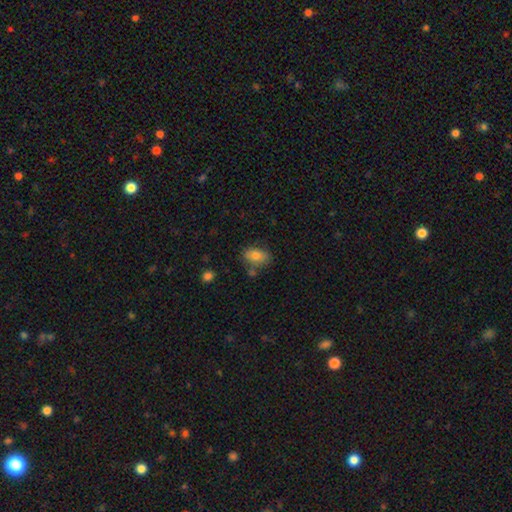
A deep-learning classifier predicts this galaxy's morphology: This appears to be a smooth galaxy with no disk features (79%) that is in between round and cigar-shaped (85%). Merging: none (68%).